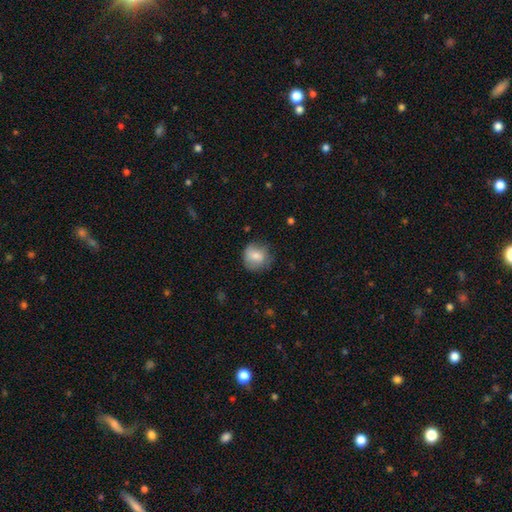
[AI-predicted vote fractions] smooth_or_featured: smooth (p=0.75) [alt: featured or disk p=0.16]
how_rounded: round (p=0.83) [alt: in between p=0.16]
merging: none (p=0.69) [alt: minor disturbance p=0.22]